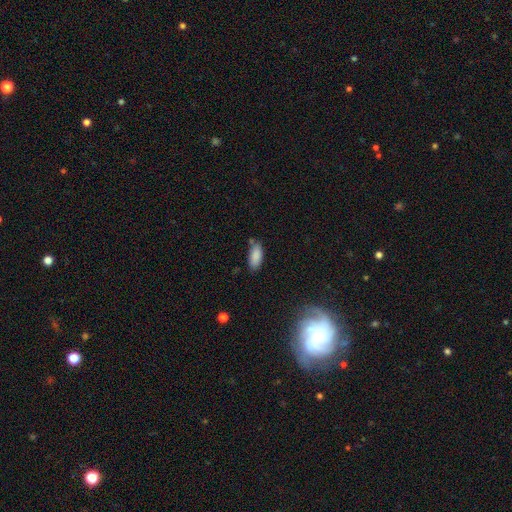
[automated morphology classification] smooth-or-featured: smooth: 88% | star or artifact: 7% | featured or disk: 5%
  how-rounded: in between: 86% | cigar-shaped: 13% | round: 2%
  merging: none: 73% | minor disturbance: 18% | merger: 6% | major disturbance: 4%